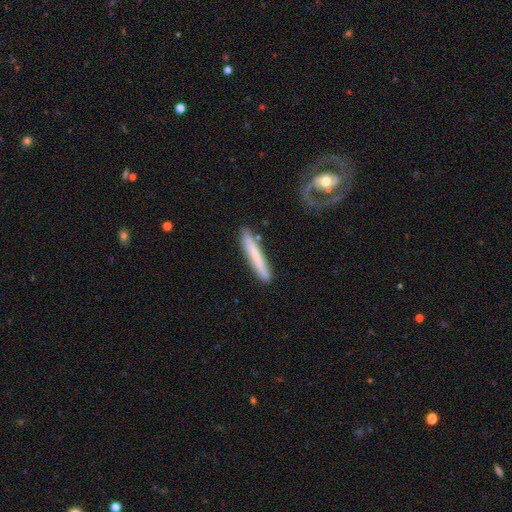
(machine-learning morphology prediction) Smooth or featured?
  - smooth: 67% *
  - featured or disk: 27%
  - star or artifact: 6%
How rounded?
  - cigar-shaped: 95% *
  - in between: 4%
  - round: 1%
Merging?
  - none: 84% *
  - minor disturbance: 10%
  - major disturbance: 3%
  - merger: 3%